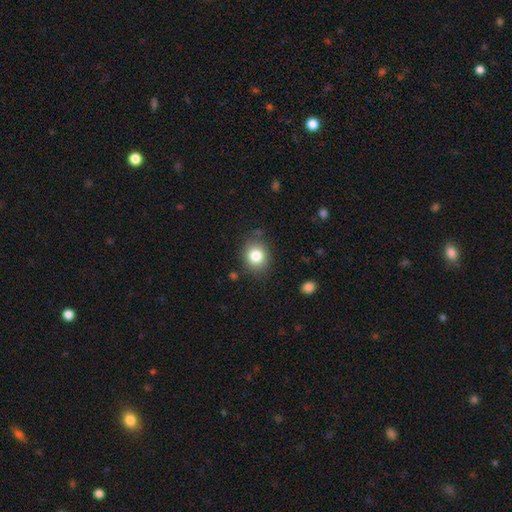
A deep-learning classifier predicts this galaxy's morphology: Smooth or featured? Predicted: smooth (p=0.82). How rounded? Predicted: round (p=0.70). Merging? Predicted: none (p=0.82).